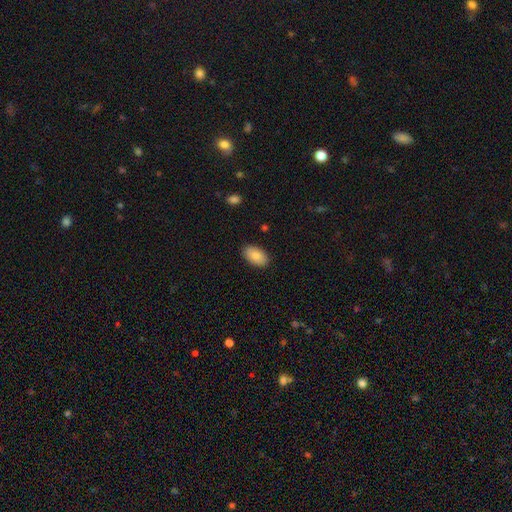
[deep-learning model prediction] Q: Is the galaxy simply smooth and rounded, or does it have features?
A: smooth — 88%.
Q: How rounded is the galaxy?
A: in between — 95%.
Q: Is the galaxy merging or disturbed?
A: none — 88%.